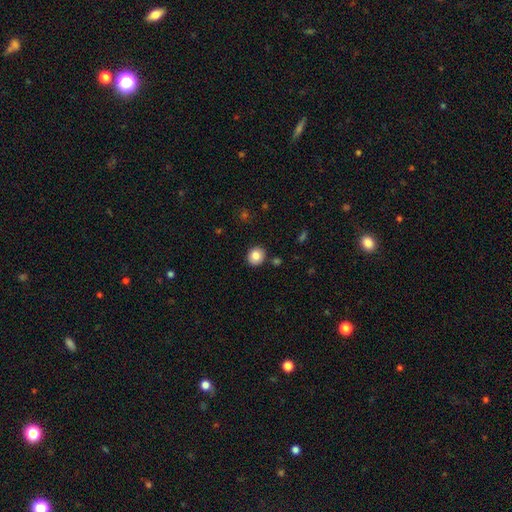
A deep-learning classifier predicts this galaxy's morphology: Smooth or featured? smooth (83%)
How rounded? round (78%)
Merging? none (88%)